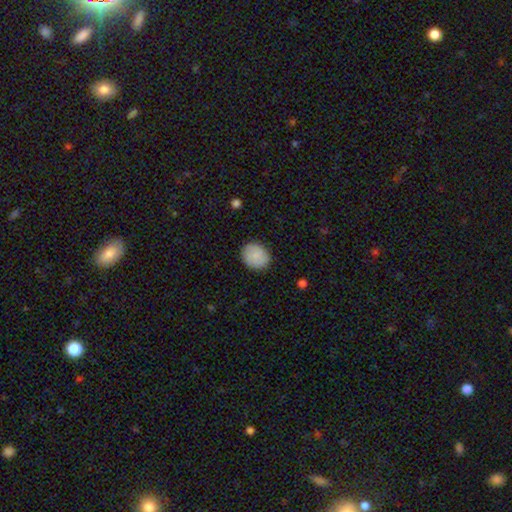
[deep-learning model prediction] smooth_or_featured: smooth (p=0.87) [alt: star or artifact p=0.07]
how_rounded: round (p=0.74) [alt: in between p=0.25]
merging: none (p=0.87) [alt: minor disturbance p=0.10]